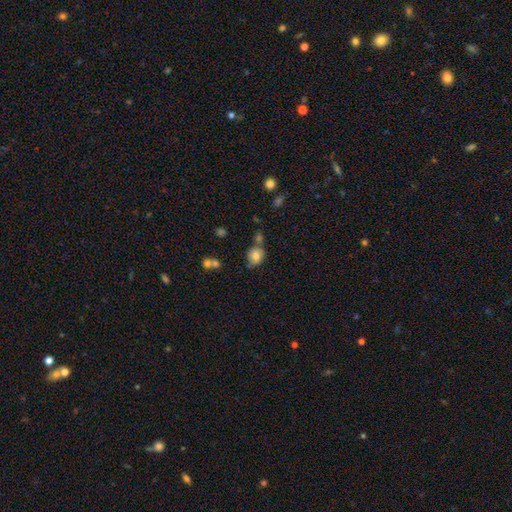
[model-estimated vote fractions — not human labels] smooth_or_featured: smooth (p=0.72) [alt: featured or disk p=0.18]
how_rounded: round (p=0.69) [alt: in between p=0.30]
merging: none (p=0.59) [alt: minor disturbance p=0.19]